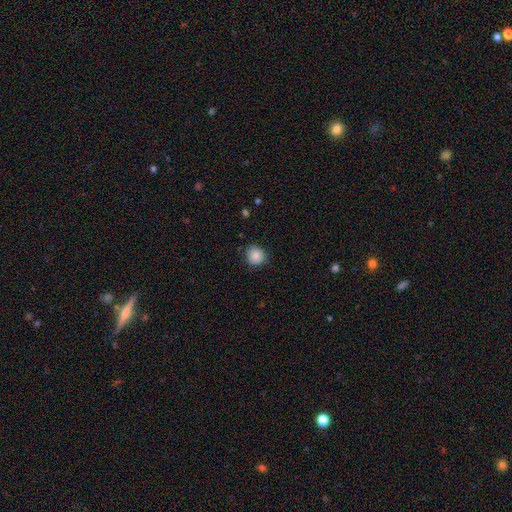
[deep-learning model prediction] Smooth or featured? Predicted: smooth (p=0.87). How rounded? Predicted: round (p=0.88). Merging? Predicted: none (p=0.81).